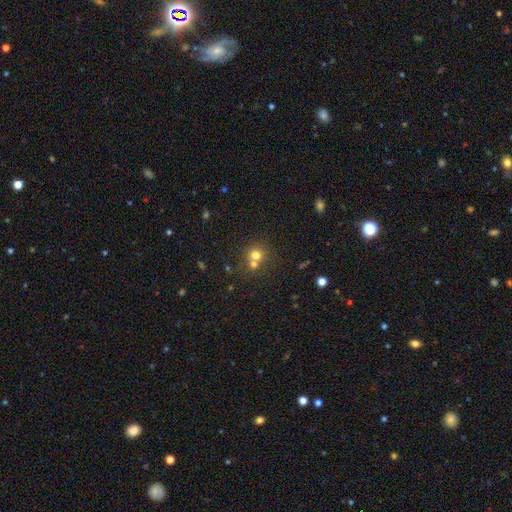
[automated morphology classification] smooth 70%, star or artifact 18%, featured or disk 12%. Down the decision tree: how rounded — round (86%); merging — none (49%).